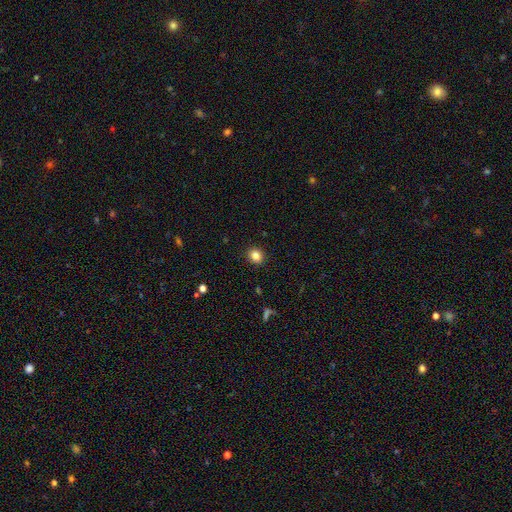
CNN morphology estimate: Smooth or featured: smooth — 83% (star or artifact — 12%)
How rounded: round — 83% (in between — 16%)
Merging: none — 91% (minor disturbance — 6%)